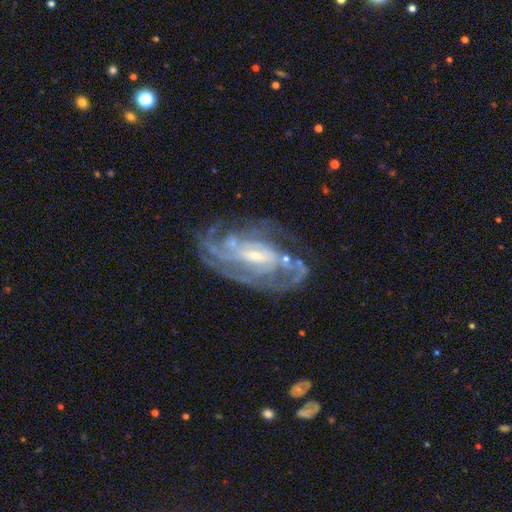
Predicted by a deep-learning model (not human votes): A featured or disk galaxy (88%) with a weak bar (47%), tight (56%) spiral arms (95%) and a small central bulge (57%). Merging: none (63%).